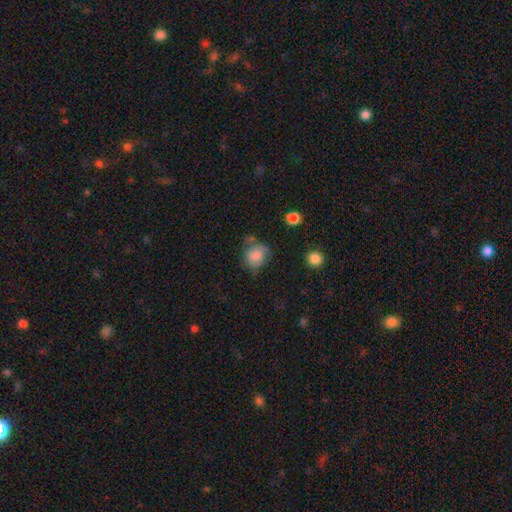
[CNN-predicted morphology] smooth-or-featured: smooth: 69% | featured or disk: 21% | star or artifact: 10%
  how-rounded: round: 59% | in between: 40% | cigar-shaped: 1%
  merging: none: 48% | minor disturbance: 30% | major disturbance: 16% | merger: 7%